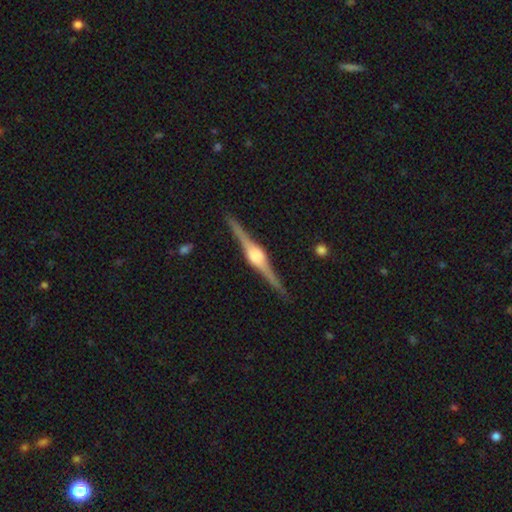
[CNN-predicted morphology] A featured or disk galaxy (90%) viewed edge-on (99%) with a rounded central bulge (83%).

Vote fractions:
- Smooth or featured? featured or disk: 90% / smooth: 5% / star or artifact: 5%
- Edge-on disk? yes: 99% / no: 1%
- Edge-on bulge? rounded: 83% / boxy: 15% / none: 2%
- Merging? none: 89% / minor disturbance: 8% / major disturbance: 2% / merger: 1%